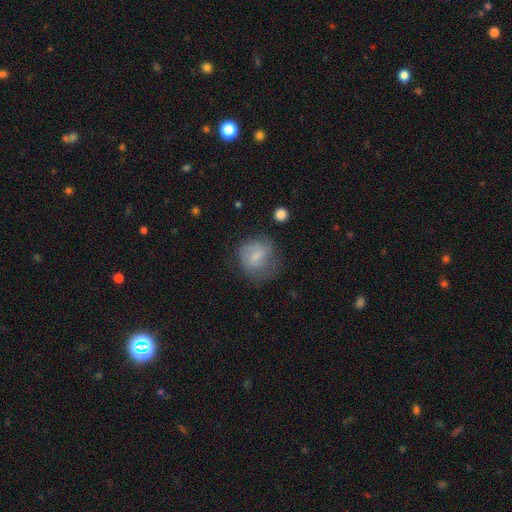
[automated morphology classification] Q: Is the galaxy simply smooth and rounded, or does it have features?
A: smooth — 67%.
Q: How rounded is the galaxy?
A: round — 74%.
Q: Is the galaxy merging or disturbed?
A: none — 51%.